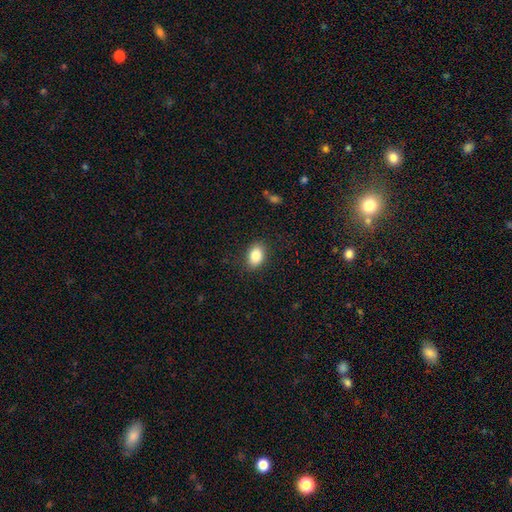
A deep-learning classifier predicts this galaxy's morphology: smooth_or_featured: smooth (p=0.85) [alt: star or artifact p=0.08]
how_rounded: in between (p=0.81) [alt: round p=0.17]
merging: none (p=0.86) [alt: minor disturbance p=0.10]